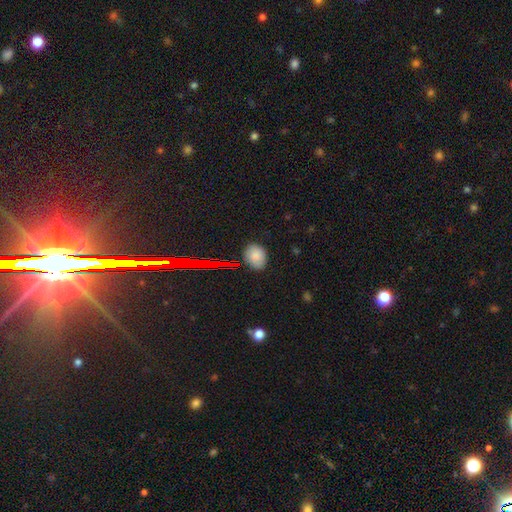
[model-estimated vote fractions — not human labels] Smooth or featured? smooth (80%)
How rounded? in between (58%)
Merging? none (79%)